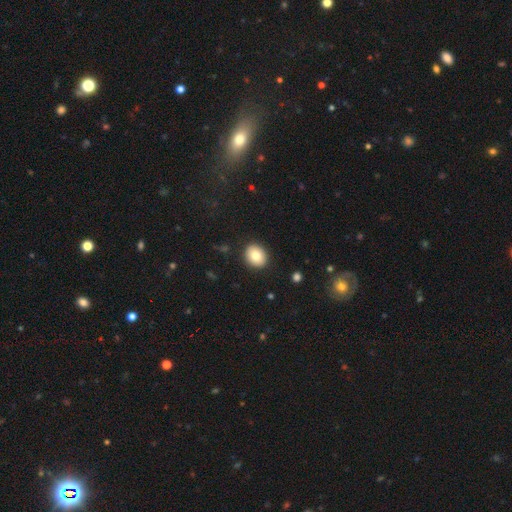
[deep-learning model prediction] smooth-or-featured: smooth: 82% | featured or disk: 10% | star or artifact: 8%
  how-rounded: round: 61% | in between: 38% | cigar-shaped: 1%
  merging: none: 90% | minor disturbance: 7% | major disturbance: 2% | merger: 1%